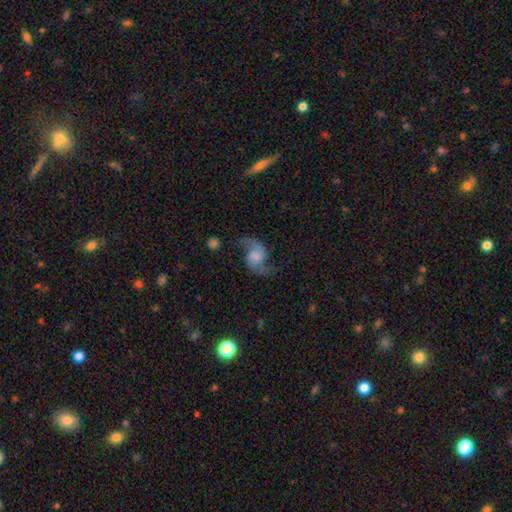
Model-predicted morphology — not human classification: smooth_or_featured: featured or disk (p=0.86) [alt: smooth p=0.08]
disk_edge_on: no (p=0.98) [alt: yes p=0.02]
bar: no (p=0.55) [alt: weak p=0.37]
has_spiral_arms: yes (p=0.97) [alt: no p=0.03]
spiral_winding: loose (p=0.73) [alt: medium p=0.23]
spiral_arm_count: 2 (p=0.94) [alt: 1 p=0.02]
bulge_size: none (p=0.40) [alt: moderate p=0.20]
merging: none (p=0.71) [alt: minor disturbance p=0.16]